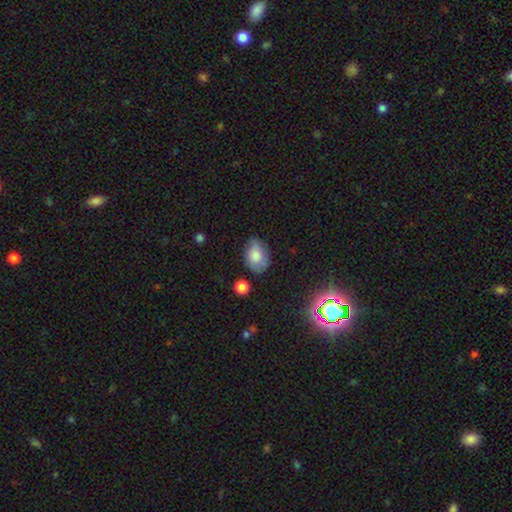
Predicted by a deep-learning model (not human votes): This is likely a smooth galaxy (73%). How rounded: likely in between (76%). Merging: likely none (60%).